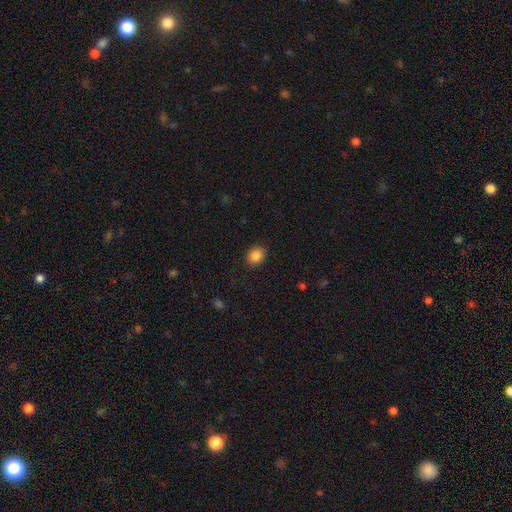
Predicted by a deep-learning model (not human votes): smooth-or-featured: smooth: 86% | star or artifact: 9% | featured or disk: 5%
  how-rounded: in between: 53% | round: 46% | cigar-shaped: 1%
  merging: none: 88% | minor disturbance: 9% | major disturbance: 3% | merger: 1%